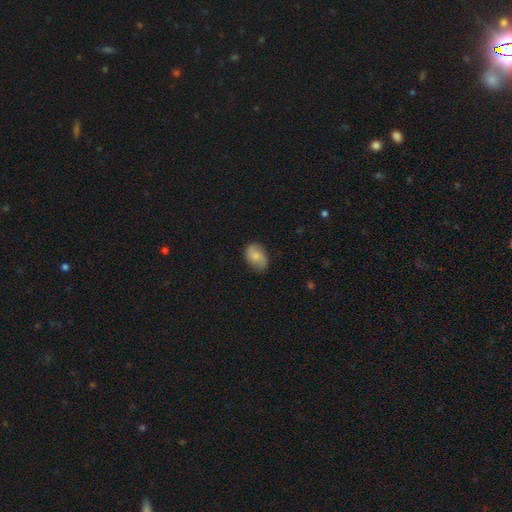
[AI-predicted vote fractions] Q: Smooth or featured?
A: smooth (63%); runner-up: featured or disk (29%)
Q: How rounded?
A: in between (81%); runner-up: round (17%)
Q: Merging?
A: none (75%); runner-up: minor disturbance (19%)